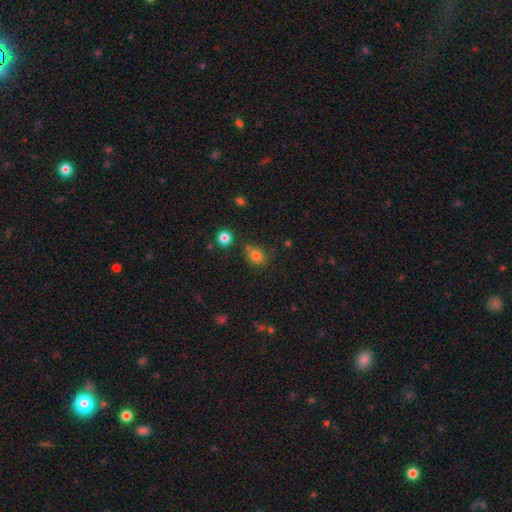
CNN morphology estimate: smooth-or-featured: smooth: 79% | star or artifact: 14% | featured or disk: 7%
  how-rounded: round: 71% | in between: 28% | cigar-shaped: 1%
  merging: none: 69% | minor disturbance: 16% | merger: 10% | major disturbance: 5%